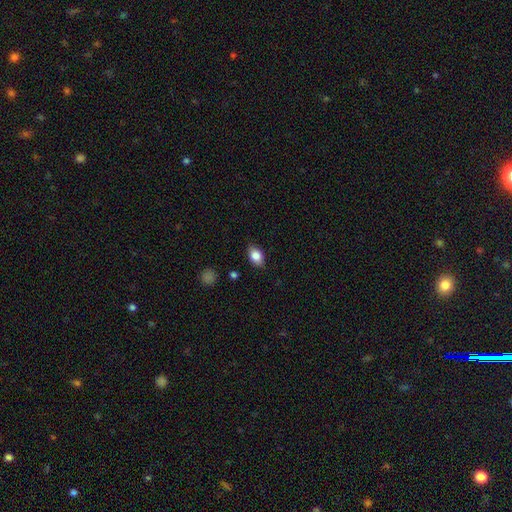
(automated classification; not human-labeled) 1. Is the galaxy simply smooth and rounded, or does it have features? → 82% smooth, 10% featured or disk, 8% star or artifact.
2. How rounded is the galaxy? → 83% in between, 15% round, 2% cigar-shaped.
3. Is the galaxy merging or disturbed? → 84% none, 13% minor disturbance, 3% major disturbance, 1% merger.